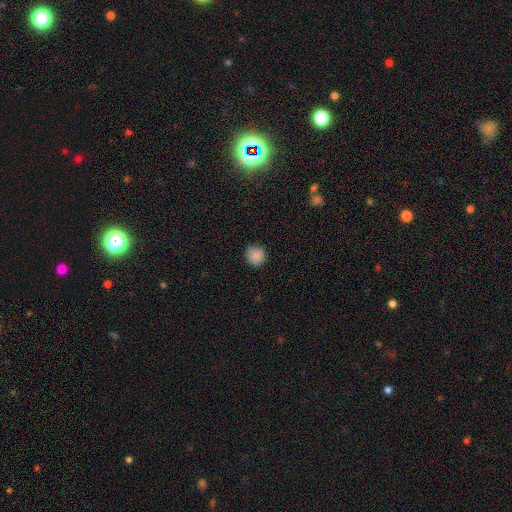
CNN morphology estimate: The model was most divided on "smooth or featured": smooth: 88%, star or artifact: 9%, featured or disk: 4%. More confident: how rounded — round (92%); merging — none (88%).